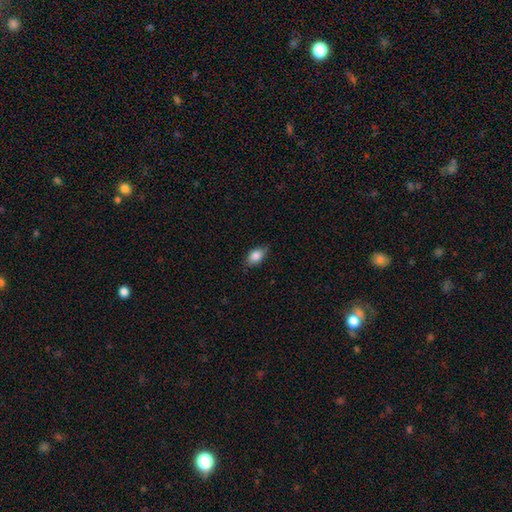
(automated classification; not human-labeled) Overall: smooth (83%). How rounded: in between (87%). Merging: none (79%).